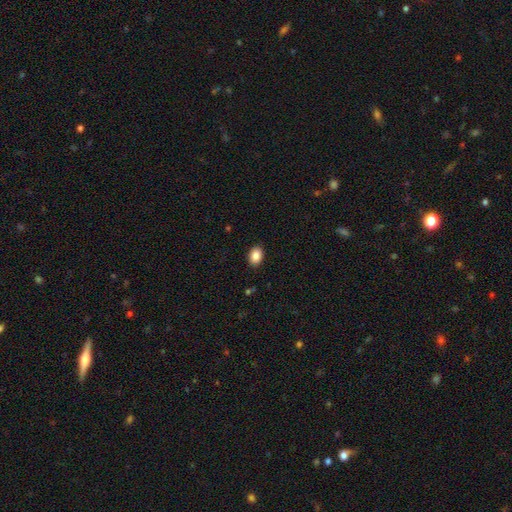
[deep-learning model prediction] Smooth or featured: smooth — 88% (star or artifact — 8%)
How rounded: in between — 80% (round — 19%)
Merging: none — 90% (minor disturbance — 7%)